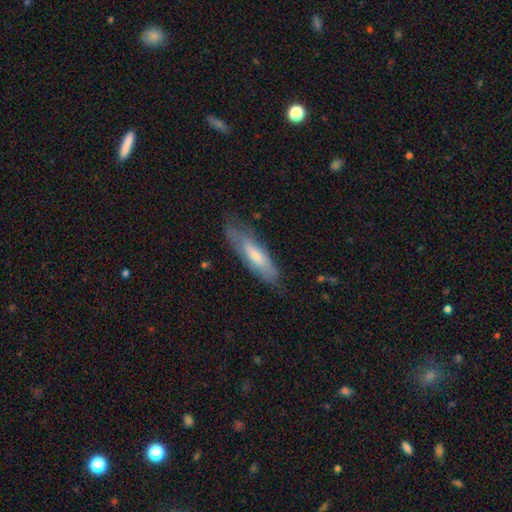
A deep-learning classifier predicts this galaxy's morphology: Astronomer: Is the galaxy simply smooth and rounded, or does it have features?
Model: smooth — 56% (runner-up: featured or disk, 38%).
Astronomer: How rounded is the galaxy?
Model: cigar-shaped — 67%.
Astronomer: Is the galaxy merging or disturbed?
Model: none — 68%.